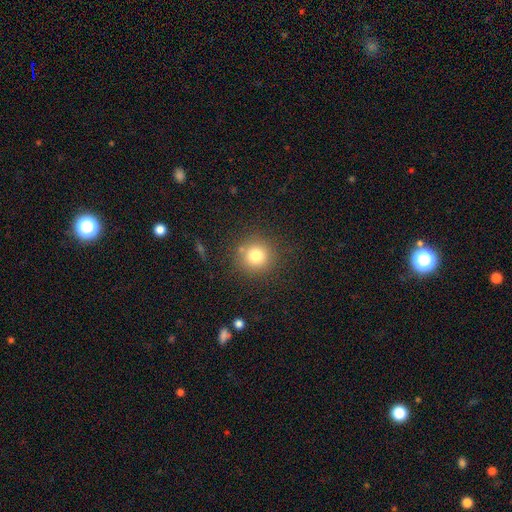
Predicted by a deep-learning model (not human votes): The model was most divided on "smooth or featured": smooth: 78%, star or artifact: 13%, featured or disk: 9%. More confident: how rounded — round (93%); merging — none (84%).